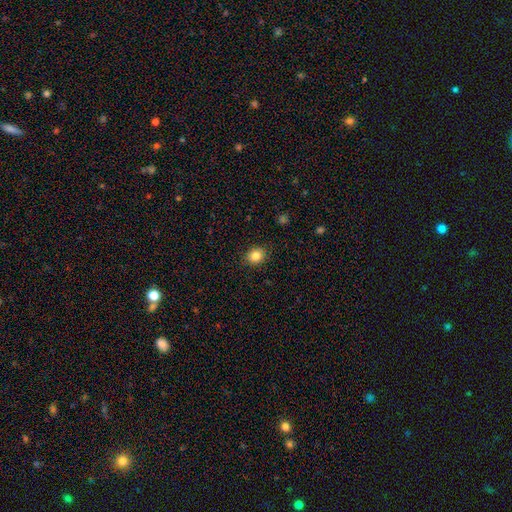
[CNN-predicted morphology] Smooth or featured: smooth — 84% (star or artifact — 10%)
How rounded: round — 64% (in between — 35%)
Merging: none — 89% (minor disturbance — 8%)